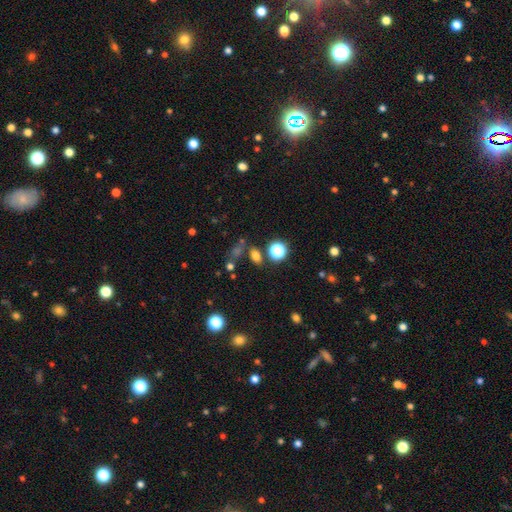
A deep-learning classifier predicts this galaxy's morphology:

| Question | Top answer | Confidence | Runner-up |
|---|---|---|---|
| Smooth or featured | smooth | 68% | star or artifact (24%) |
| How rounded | in between | 66% | round (31%) |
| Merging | none | 69% | merger (14%) |